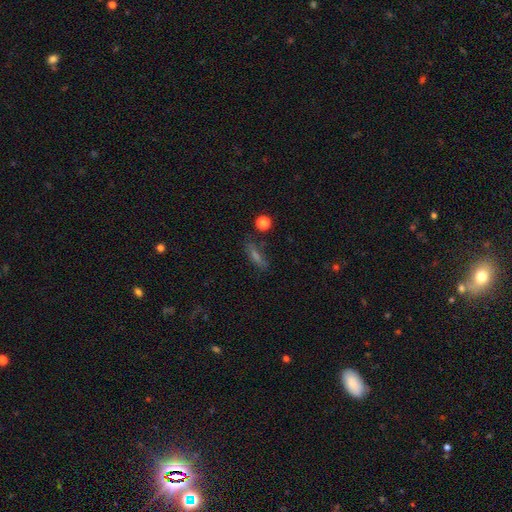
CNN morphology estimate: Smooth or featured?
  - smooth: 45% *
  - featured or disk: 31%
  - star or artifact: 24%
Merging?
  - none: 71% *
  - minor disturbance: 17%
  - major disturbance: 7%
  - merger: 4%